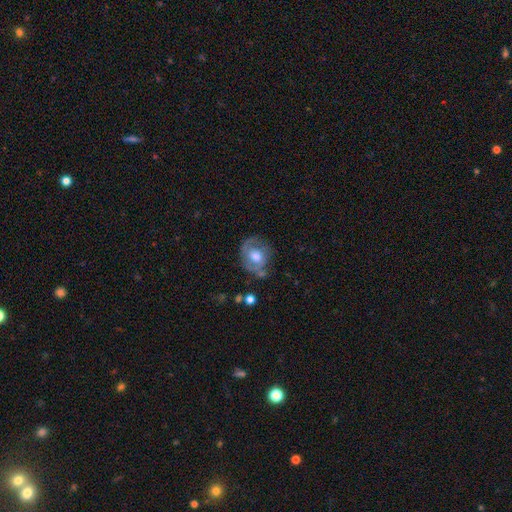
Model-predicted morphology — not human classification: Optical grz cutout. It shows a featured or disk galaxy (52%). Merging: none (55%).